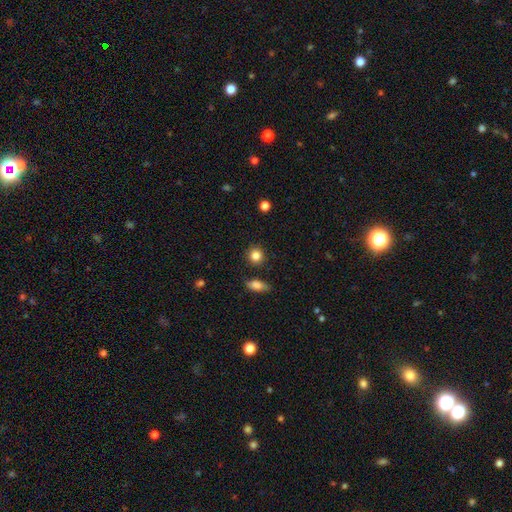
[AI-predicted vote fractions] Smooth or featured: smooth — 85% (star or artifact — 10%)
How rounded: round — 88% (in between — 11%)
Merging: none — 87% (minor disturbance — 8%)